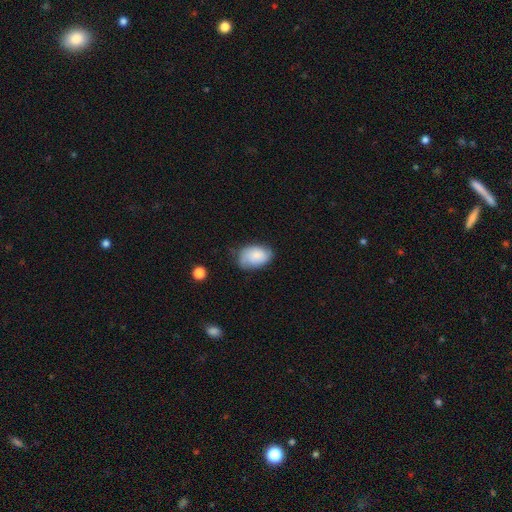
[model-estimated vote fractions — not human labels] Smooth or featured? smooth (74%)
How rounded? in between (87%)
Merging? none (58%)